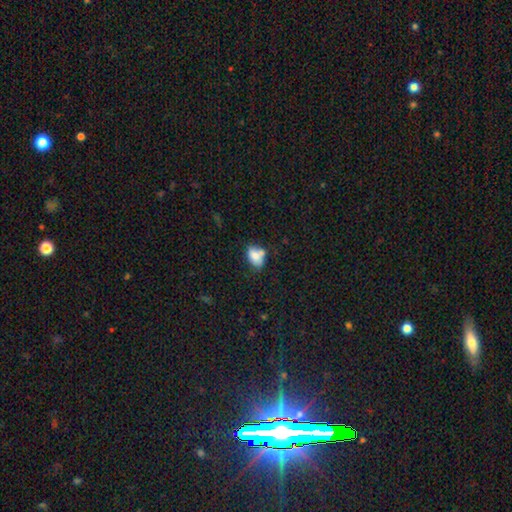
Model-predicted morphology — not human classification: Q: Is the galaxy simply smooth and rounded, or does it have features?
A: smooth — 76%.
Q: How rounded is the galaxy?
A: in between — 80%.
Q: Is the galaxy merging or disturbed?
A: none — 44%.